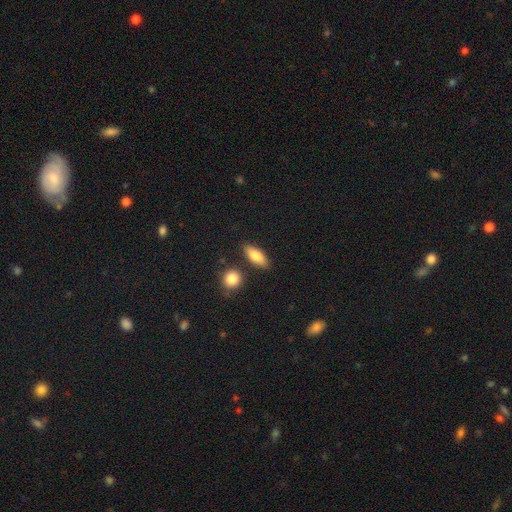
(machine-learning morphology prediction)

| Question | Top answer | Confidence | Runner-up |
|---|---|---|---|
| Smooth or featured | smooth | 80% | featured or disk (14%) |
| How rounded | in between | 72% | cigar-shaped (23%) |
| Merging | none | 82% | minor disturbance (10%) |